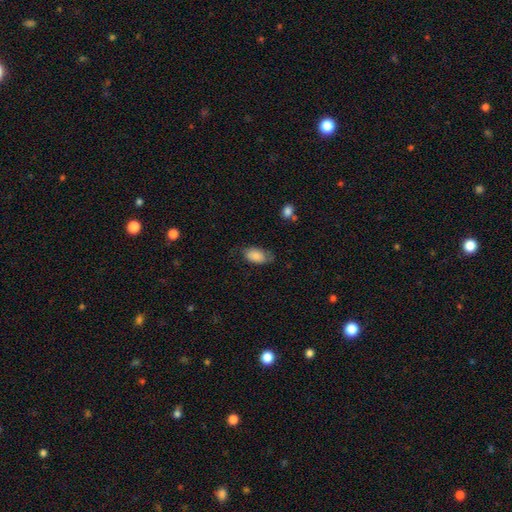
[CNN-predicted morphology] smooth 79%, featured or disk 14%, star or artifact 7%. Down the decision tree: how rounded — in between (93%); merging — none (57%).